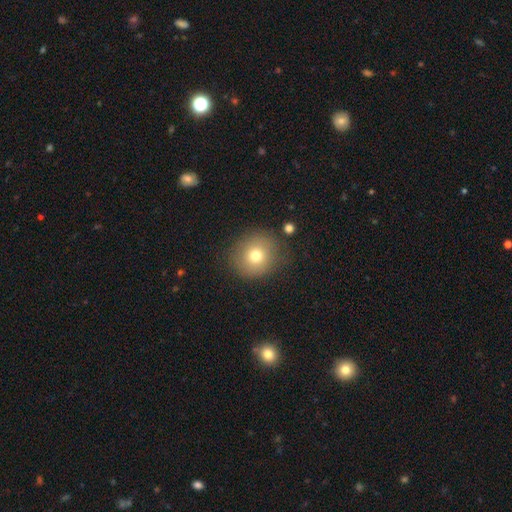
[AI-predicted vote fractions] smooth_or_featured: smooth (p=0.74) [alt: featured or disk p=0.14]
how_rounded: round (p=0.85) [alt: in between p=0.14]
merging: none (p=0.80) [alt: minor disturbance p=0.13]